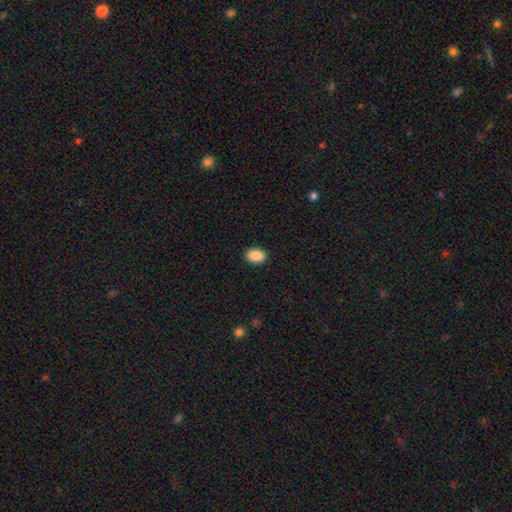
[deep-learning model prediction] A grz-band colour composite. It shows a smooth galaxy with no disk features (90%) that is in between round and cigar-shaped (84%). Merging: none (91%).